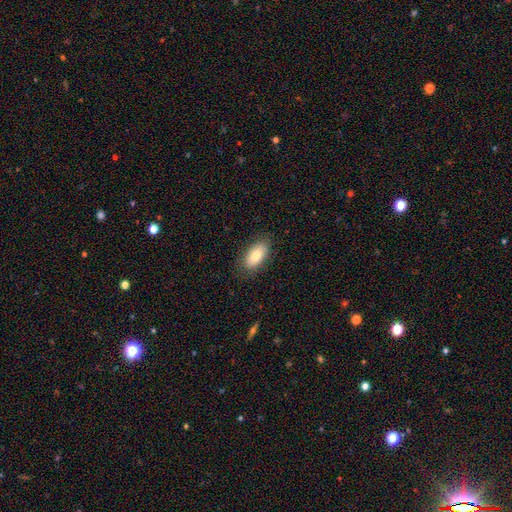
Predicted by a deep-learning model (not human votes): Overall: smooth (81%). How rounded: in between (91%). Merging: none (84%).